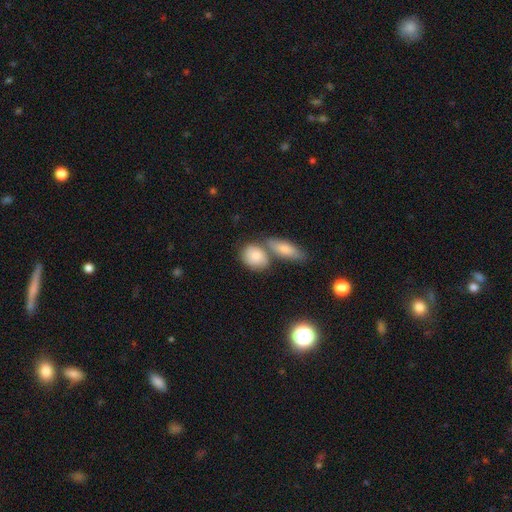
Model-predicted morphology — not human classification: The model was most divided on "how rounded": in between: 48%, round: 47%, cigar-shaped: 4%. Remaining: smooth or featured — smooth (76%); merging — none (50%).